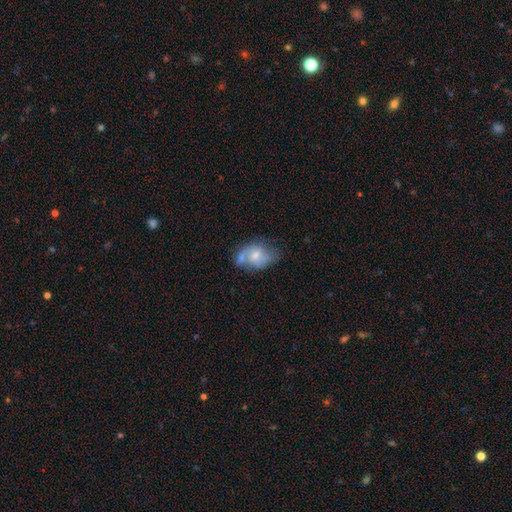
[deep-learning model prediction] This is possibly a featured or disk galaxy (52%). It is clearly not viewed edge-on (96%). Merging: marginally none (38%).